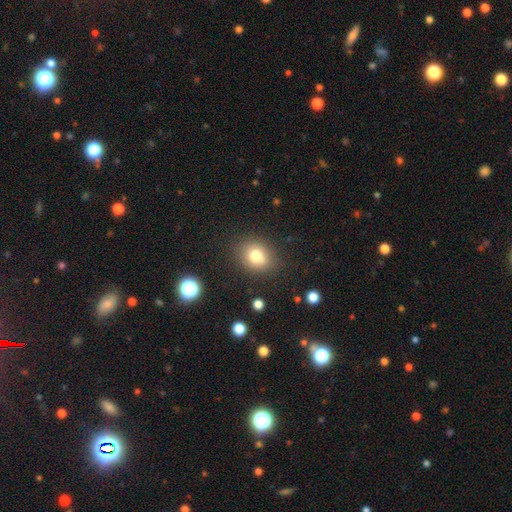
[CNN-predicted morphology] smooth 76%, star or artifact 13%, featured or disk 11%. Down the decision tree: how rounded — round (62%); merging — none (81%).